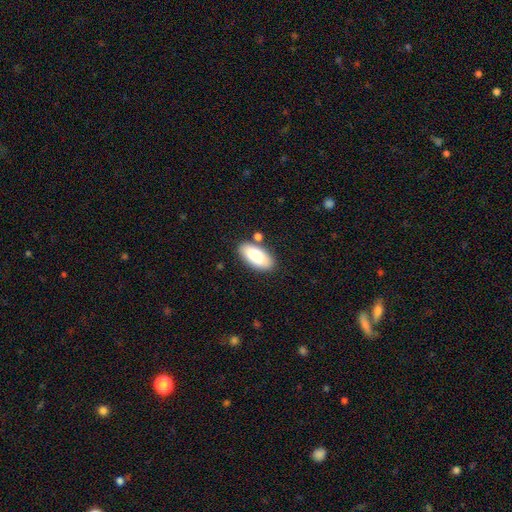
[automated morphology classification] Smooth or featured?
  - smooth: 86% *
  - featured or disk: 8%
  - star or artifact: 6%
How rounded?
  - in between: 90% *
  - cigar-shaped: 8%
  - round: 2%
Merging?
  - none: 78% *
  - minor disturbance: 12%
  - merger: 7%
  - major disturbance: 3%